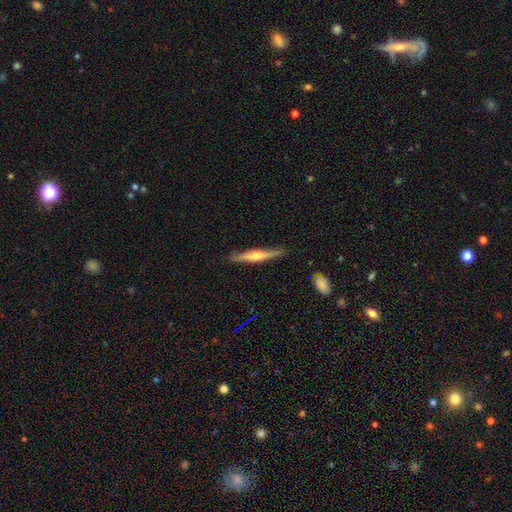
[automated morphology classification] Smooth or featured? Predicted: featured or disk (p=0.65). Edge-on disk? Predicted: yes (p=0.97). Edge-on bulge? Predicted: rounded (p=0.86). Merging? Predicted: none (p=0.88).